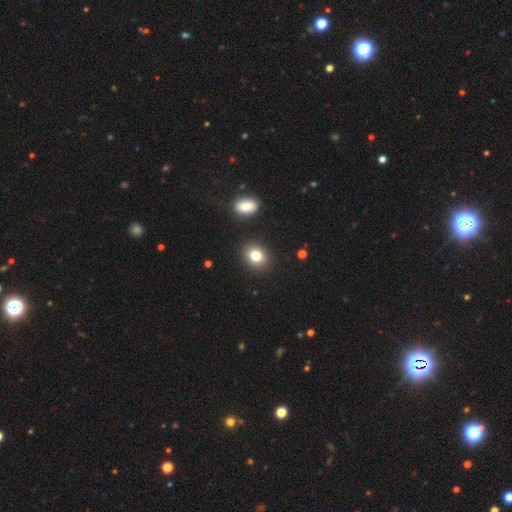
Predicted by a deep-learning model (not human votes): A smooth galaxy with no disk features (82%) that is round (60%).

Vote fractions:
- Smooth or featured? smooth: 82% / star or artifact: 11% / featured or disk: 8%
- How rounded? round: 60% / in between: 39% / cigar-shaped: 1%
- Merging? none: 88% / minor disturbance: 7% / merger: 3% / major disturbance: 2%